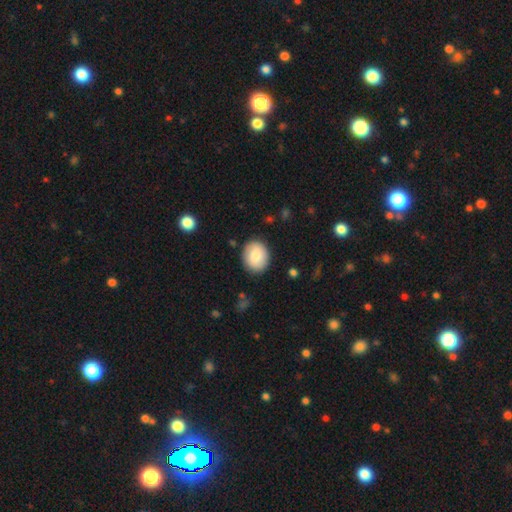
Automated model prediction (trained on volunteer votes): A smooth galaxy with no disk features (79%) that is round (62%). Merging: none (87%).